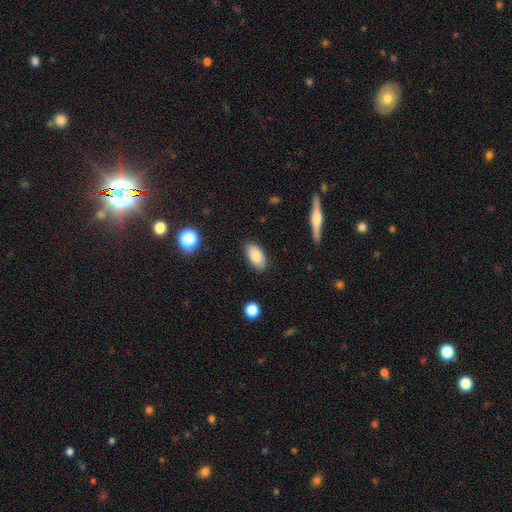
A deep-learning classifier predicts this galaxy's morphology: Smooth or featured? Predicted: smooth (p=0.85). How rounded? Predicted: in between (p=0.92). Merging? Predicted: none (p=0.87).